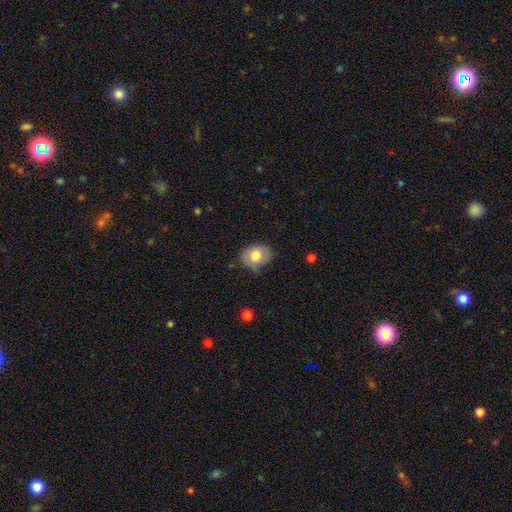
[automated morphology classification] Smooth or featured? smooth (75%)
How rounded? in between (61%)
Merging? none (65%)